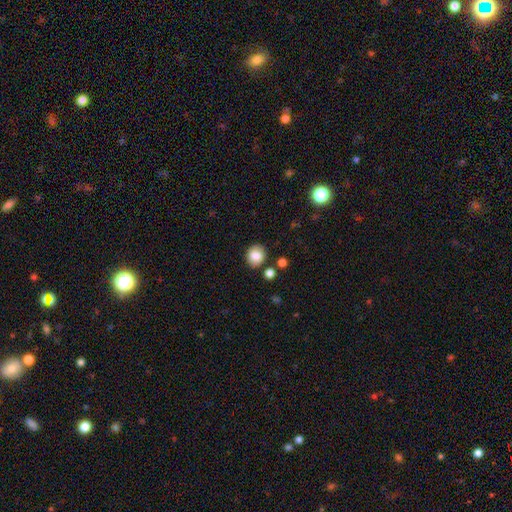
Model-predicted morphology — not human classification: A smooth galaxy with no disk features (82%) that is round (66%).

Vote fractions:
- Smooth or featured? smooth: 82% / featured or disk: 9% / star or artifact: 9%
- How rounded? round: 66% / in between: 33% / cigar-shaped: 1%
- Merging? none: 81% / minor disturbance: 12% / merger: 5% / major disturbance: 3%